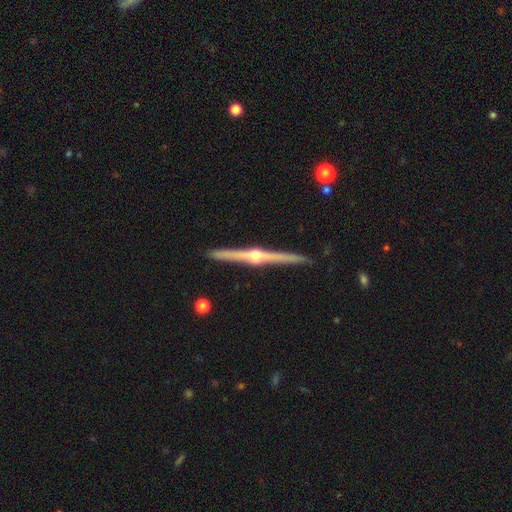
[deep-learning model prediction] smooth-or-featured: featured or disk: 87% | smooth: 8% | star or artifact: 5%
  disk-edge-on: yes: 99% | no: 1%
    edge-on-bulge: rounded: 95% | boxy: 2% | none: 2%
  merging: none: 93% | minor disturbance: 5% | merger: 1% | major disturbance: 1%